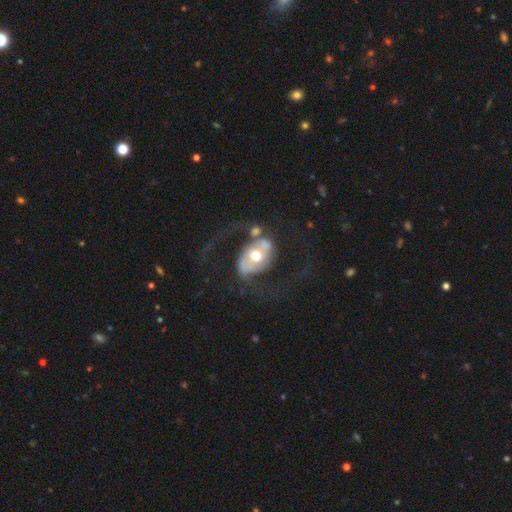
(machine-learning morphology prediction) This is likely a featured or disk galaxy (70%). It is clearly not viewed edge-on (95%). Bar: possibly no (50%). Spiral arm pattern: likely yes (66%). Central bulge: likely moderate (74%). Merging: marginally none (42%).